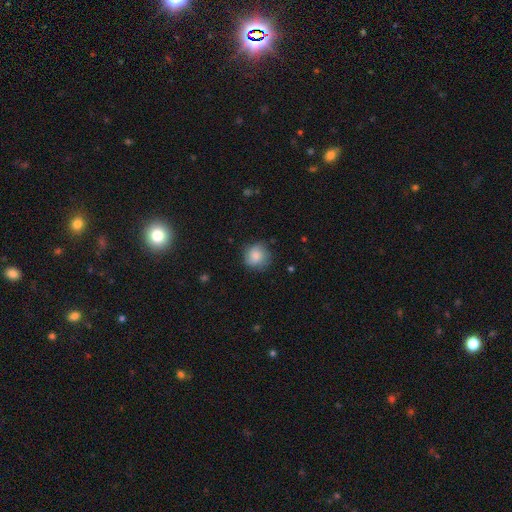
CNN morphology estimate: smooth-or-featured: smooth: 79% | featured or disk: 13% | star or artifact: 8%
  how-rounded: round: 86% | in between: 13% | cigar-shaped: 1%
  merging: none: 73% | minor disturbance: 20% | major disturbance: 5% | merger: 1%